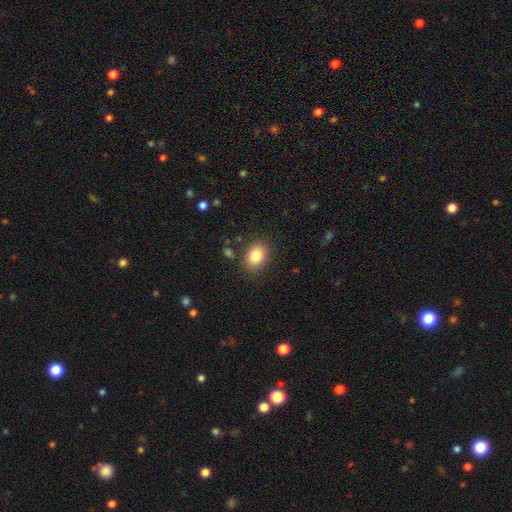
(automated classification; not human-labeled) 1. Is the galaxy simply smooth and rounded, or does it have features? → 84% smooth, 9% star or artifact, 7% featured or disk.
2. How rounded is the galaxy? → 66% in between, 33% round, 1% cigar-shaped.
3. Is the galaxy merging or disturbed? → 84% none, 10% minor disturbance, 3% major disturbance, 2% merger.